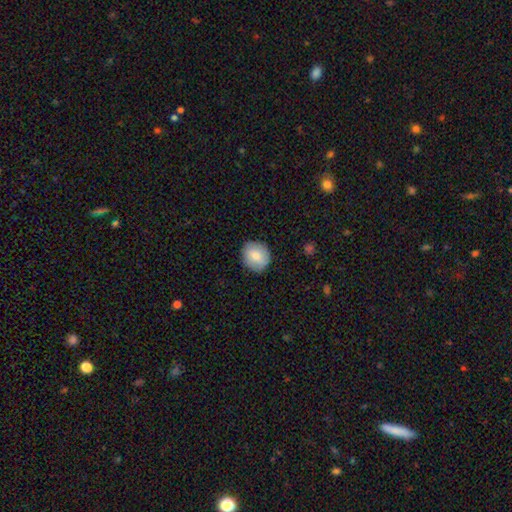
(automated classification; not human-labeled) This is likely a smooth galaxy (76%). How rounded: likely round (80%). Merging: clearly none (86%).